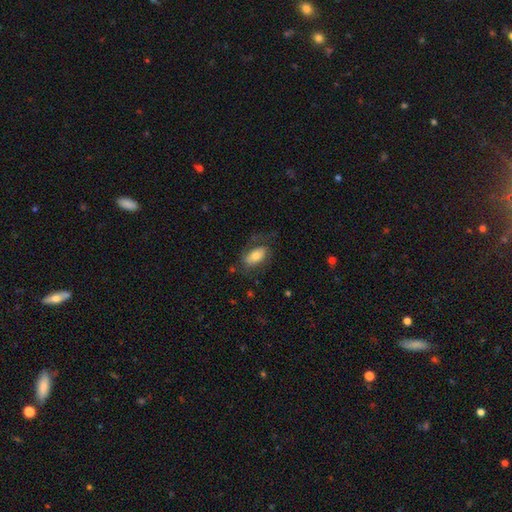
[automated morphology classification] smooth 63%, featured or disk 31%, star or artifact 6%. Down the decision tree: how rounded — in between (90%); merging — none (56%).